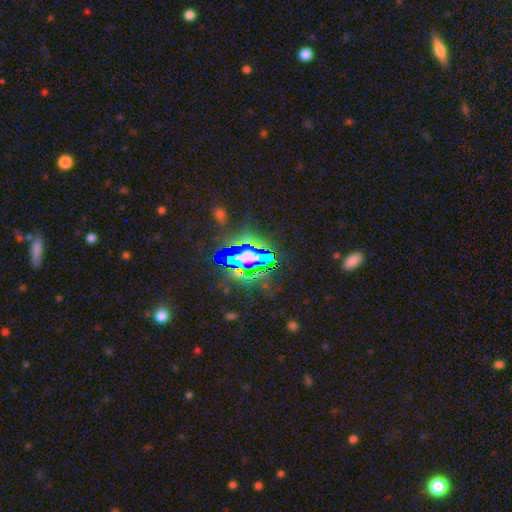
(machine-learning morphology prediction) The model was most divided on "smooth or featured": star or artifact: 62%, smooth: 19%, featured or disk: 18%.